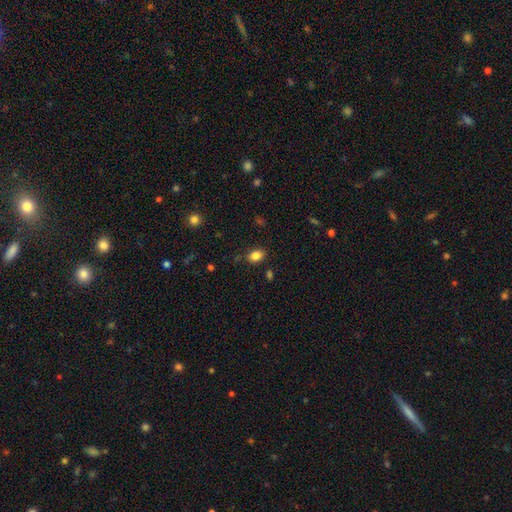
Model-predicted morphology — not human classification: This appears to be a smooth galaxy with no disk features (84%) that is in between round and cigar-shaped (70%). Merging: none (78%).